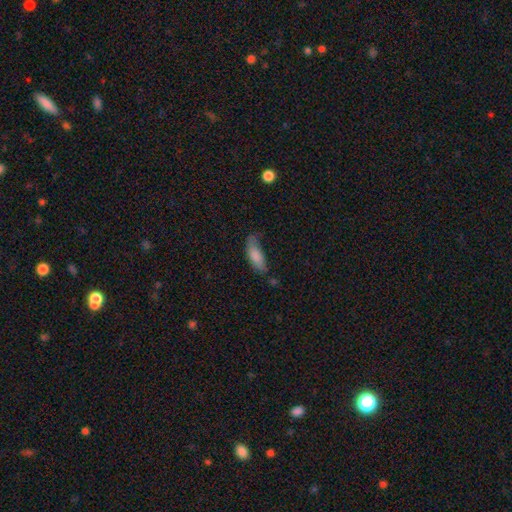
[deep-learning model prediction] A smooth galaxy with no disk features (81%) that is in between round and cigar-shaped (73%).

Vote fractions:
- Smooth or featured? smooth: 81% / featured or disk: 12% / star or artifact: 7%
- How rounded? in between: 73% / cigar-shaped: 25% / round: 2%
- Merging? none: 41% / minor disturbance: 38% / major disturbance: 17% / merger: 5%